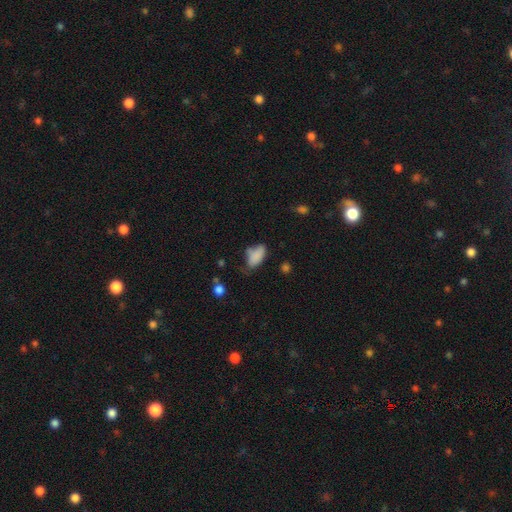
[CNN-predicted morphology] A smooth galaxy with no disk features (82%) that is in between round and cigar-shaped (91%).

Vote fractions:
- Smooth or featured? smooth: 82% / star or artifact: 9% / featured or disk: 9%
- How rounded? in between: 91% / round: 5% / cigar-shaped: 4%
- Merging? none: 42% / minor disturbance: 37% / major disturbance: 15% / merger: 6%